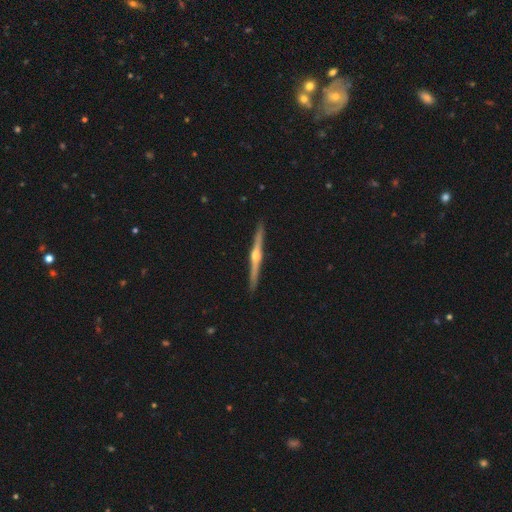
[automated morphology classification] Smooth or featured? Predicted: featured or disk (p=0.83). Edge-on disk? Predicted: yes (p=0.99). Edge-on bulge? Predicted: rounded (p=0.93). Merging? Predicted: none (p=0.92).